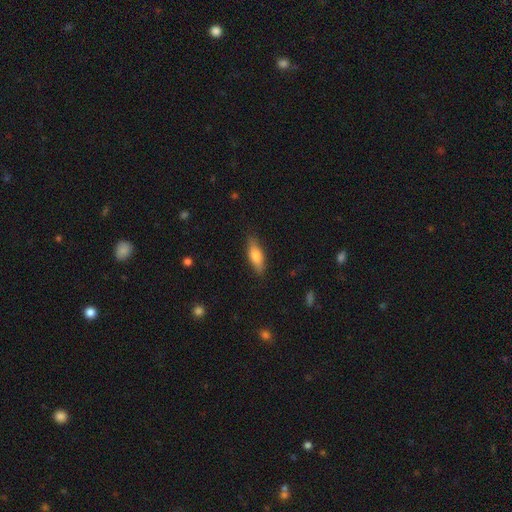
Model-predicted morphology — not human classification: Smooth or featured? smooth (71%)
How rounded? in between (63%)
Merging? none (84%)